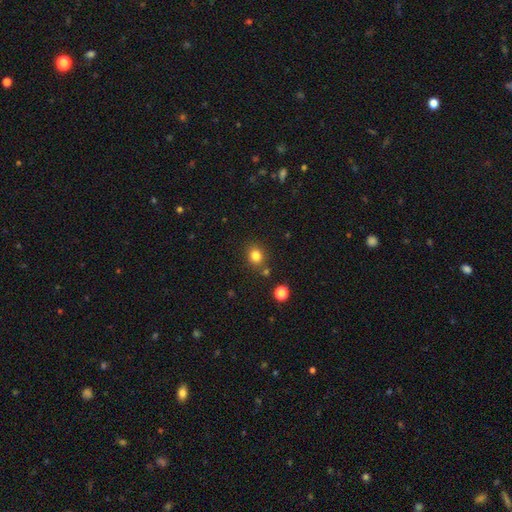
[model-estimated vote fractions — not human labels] This appears to be a smooth galaxy with no disk features (81%) that is round (69%). Merging: none (79%).